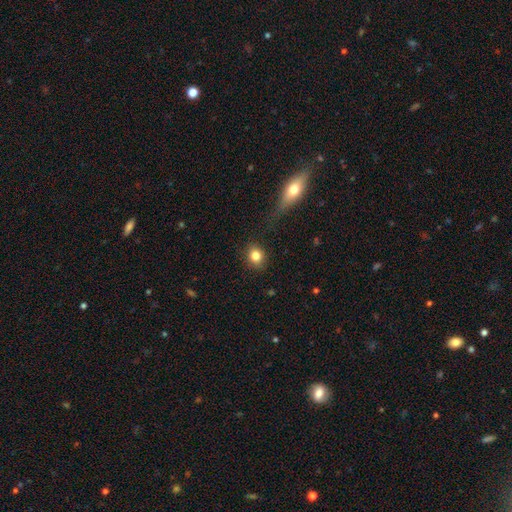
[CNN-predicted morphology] Smooth or featured?
  - smooth: 84% *
  - star or artifact: 10%
  - featured or disk: 7%
How rounded?
  - round: 73% *
  - in between: 26%
  - cigar-shaped: 1%
Merging?
  - none: 85% *
  - minor disturbance: 10%
  - major disturbance: 3%
  - merger: 2%